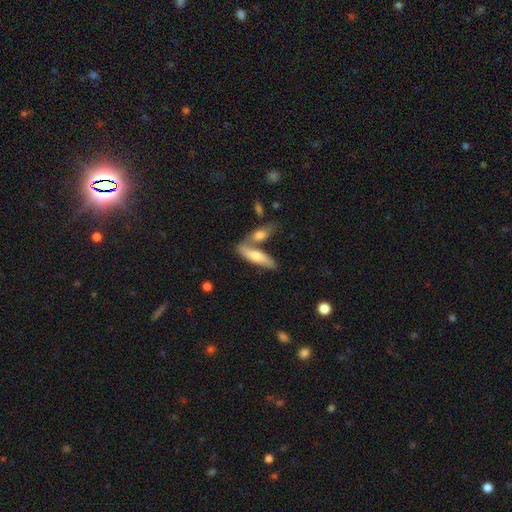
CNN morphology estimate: Smooth or featured: smooth — 61% (featured or disk — 33%)
How rounded: cigar-shaped — 57% (in between — 40%)
Merging: none — 46% (merger — 39%)